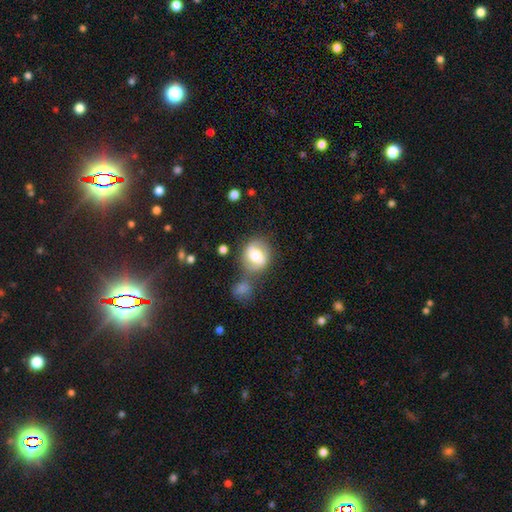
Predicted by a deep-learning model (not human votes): This appears to be a smooth galaxy with no disk features (51%) that is round (67%). Merging: none (61%).